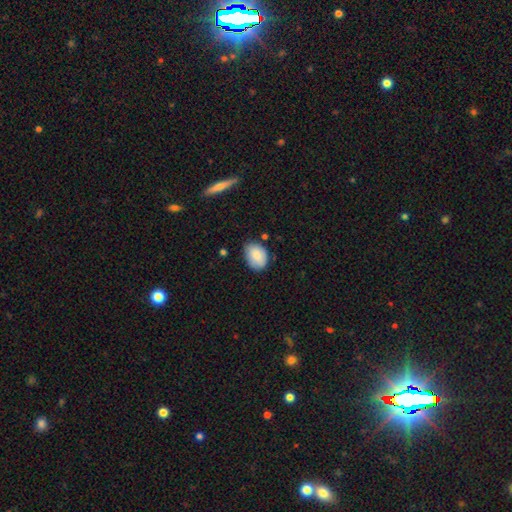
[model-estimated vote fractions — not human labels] smooth-or-featured: smooth: 84% | featured or disk: 9% | star or artifact: 7%
  how-rounded: in between: 74% | round: 25% | cigar-shaped: 1%
  merging: none: 70% | minor disturbance: 24% | major disturbance: 4% | merger: 2%